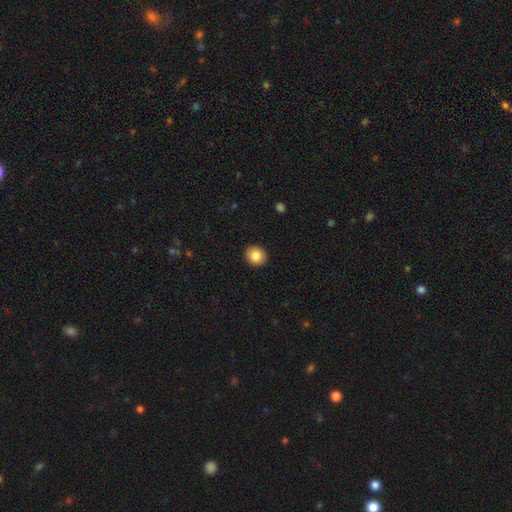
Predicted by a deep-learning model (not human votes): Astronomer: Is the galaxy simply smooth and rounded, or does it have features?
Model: smooth — 84%.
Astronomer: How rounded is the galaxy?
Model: round — 83%.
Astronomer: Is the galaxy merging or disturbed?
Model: none — 93%.